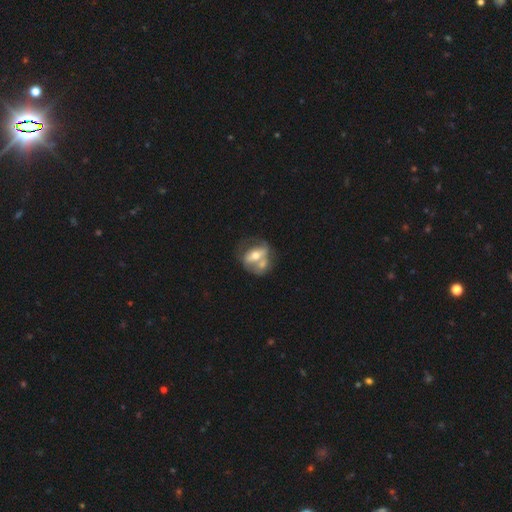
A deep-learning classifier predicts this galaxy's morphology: Smooth or featured? featured or disk (57%)
Edge-on disk? no (89%)
Bar? no (40%)
Spiral arms? no (65%)
Bulge size? moderate (68%)
Merging? merger (52%)